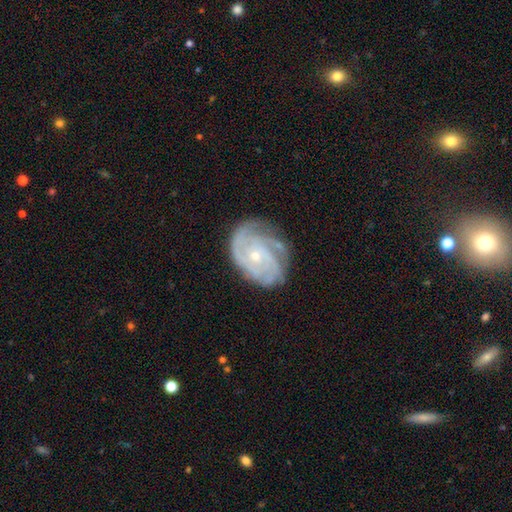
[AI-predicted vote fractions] This appears to be a featured or disk galaxy (85%) with no bar (74%), 3 (30%) tight (65%) spiral arms (96%) and a small central bulge (70%). Merging: none (68%).